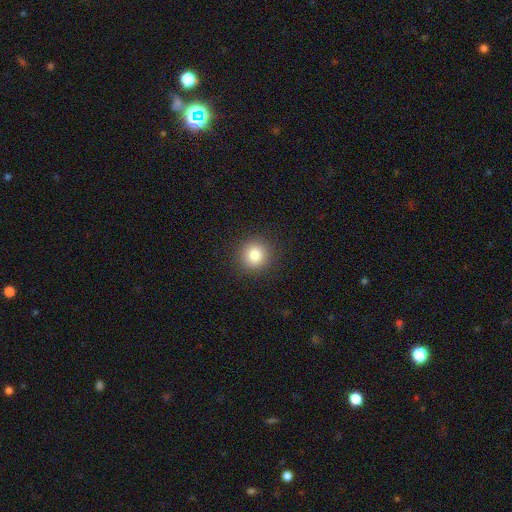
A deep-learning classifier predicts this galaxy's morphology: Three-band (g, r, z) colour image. It shows a smooth galaxy with no disk features (66%) that is round (95%). Merging: none (93%).